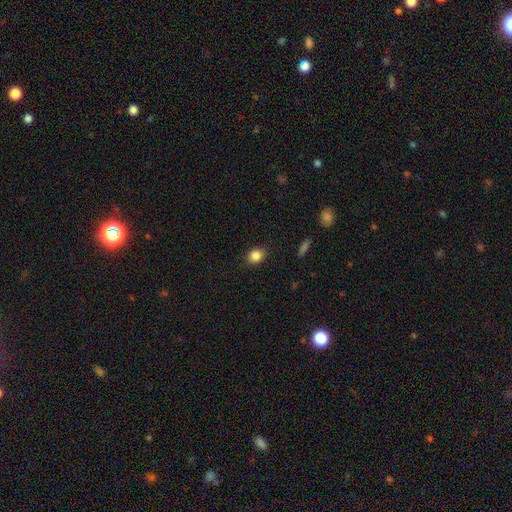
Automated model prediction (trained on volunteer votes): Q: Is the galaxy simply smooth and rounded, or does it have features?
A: smooth — 86%.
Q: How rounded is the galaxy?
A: round — 56%.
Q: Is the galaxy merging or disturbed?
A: none — 87%.